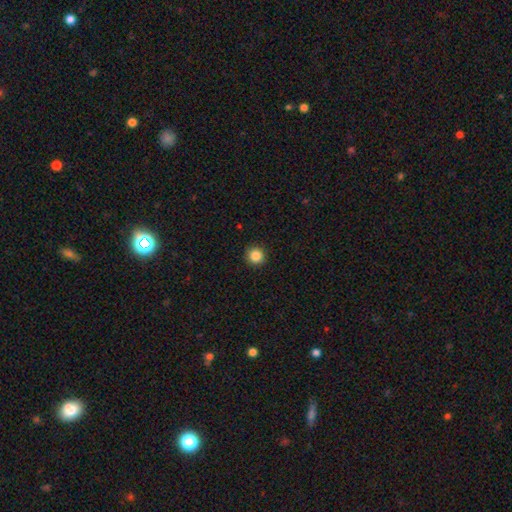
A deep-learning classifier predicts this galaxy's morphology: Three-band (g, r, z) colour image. It shows a smooth galaxy with no disk features (86%) that is round (95%). Merging: none (93%).